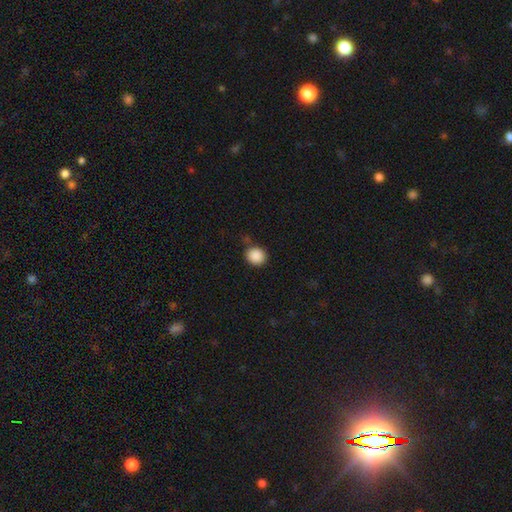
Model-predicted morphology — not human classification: smooth-or-featured: smooth: 89% | star or artifact: 9% | featured or disk: 3%
  how-rounded: round: 81% | in between: 18% | cigar-shaped: 1%
  merging: none: 80% | minor disturbance: 12% | merger: 4% | major disturbance: 4%